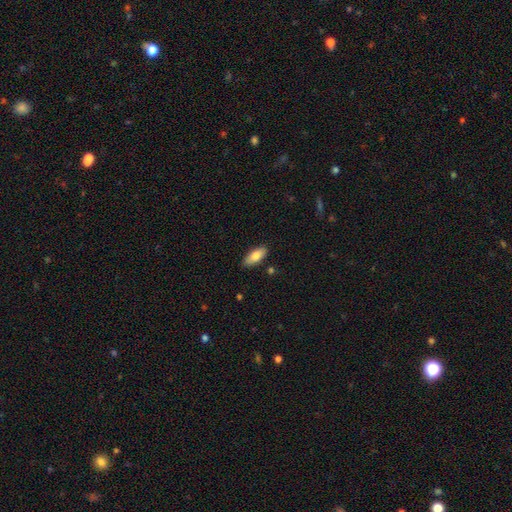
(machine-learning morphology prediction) Smooth or featured? Predicted: smooth (p=0.79). How rounded? Predicted: in between (p=0.79). Merging? Predicted: none (p=0.86).